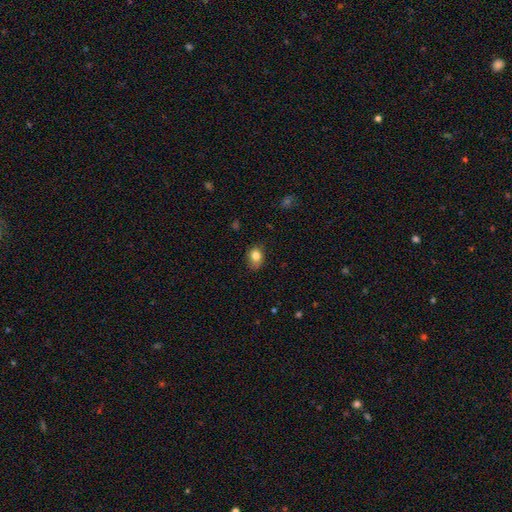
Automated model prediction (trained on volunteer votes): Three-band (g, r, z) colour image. It shows a smooth galaxy with no disk features (83%) that is in between round and cigar-shaped (62%). Merging: none (71%).